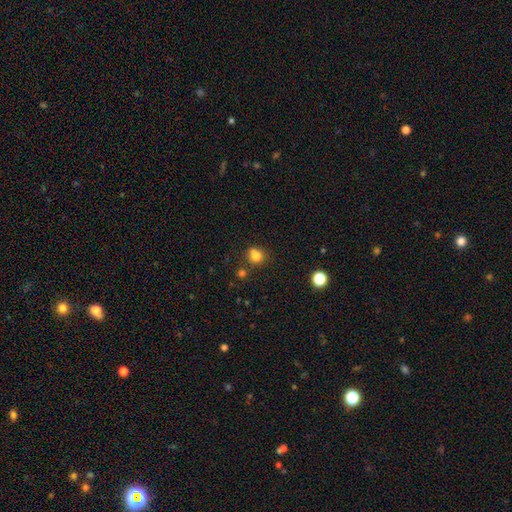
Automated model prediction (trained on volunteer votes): Smooth or featured? smooth (79%)
How rounded? round (70%)
Merging? none (58%)